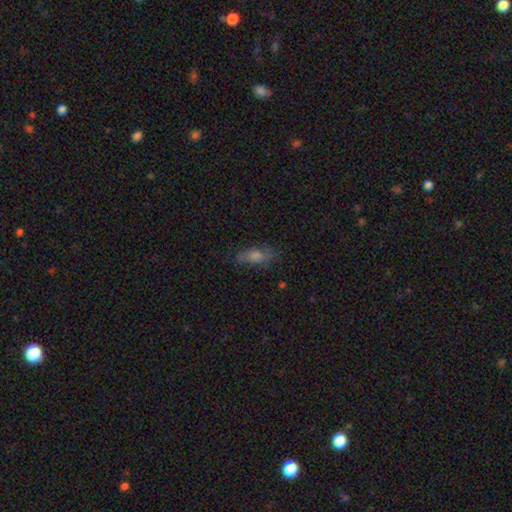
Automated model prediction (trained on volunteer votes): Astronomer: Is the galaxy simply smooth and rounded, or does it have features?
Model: smooth — 53% (runner-up: featured or disk, 32%).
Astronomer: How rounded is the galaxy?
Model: in between — 61%.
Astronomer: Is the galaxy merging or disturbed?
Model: none — 77%.